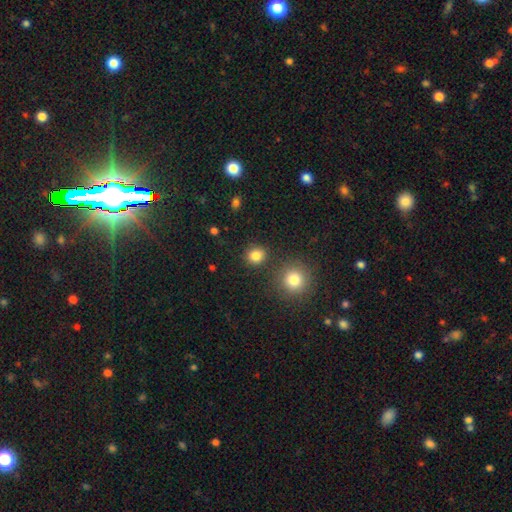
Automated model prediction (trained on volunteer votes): Q: Smooth or featured?
A: smooth (83%); runner-up: star or artifact (12%)
Q: How rounded?
A: round (81%); runner-up: in between (18%)
Q: Merging?
A: none (85%); runner-up: minor disturbance (7%)